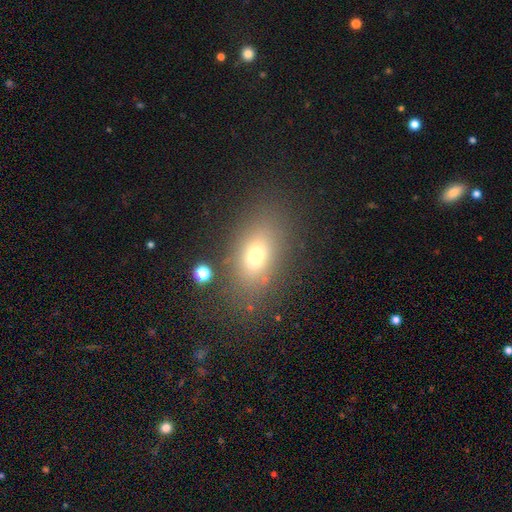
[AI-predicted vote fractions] smooth-or-featured: smooth: 69% | star or artifact: 16% | featured or disk: 15%
  how-rounded: in between: 78% | round: 18% | cigar-shaped: 4%
  merging: none: 78% | minor disturbance: 12% | major disturbance: 7% | merger: 4%